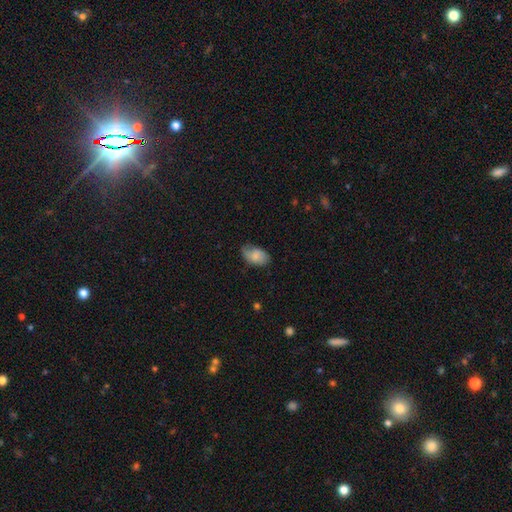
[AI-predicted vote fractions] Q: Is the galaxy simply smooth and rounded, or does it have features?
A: smooth — 79%.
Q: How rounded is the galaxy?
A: in between — 93%.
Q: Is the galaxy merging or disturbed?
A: none — 66%.